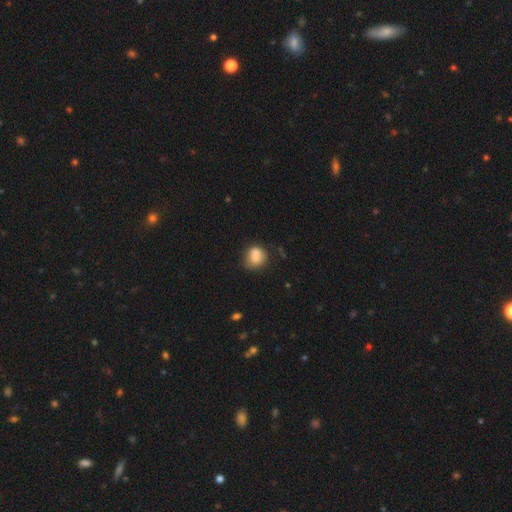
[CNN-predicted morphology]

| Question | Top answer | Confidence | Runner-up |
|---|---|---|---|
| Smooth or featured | smooth | 78% | featured or disk (13%) |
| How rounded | round | 75% | in between (24%) |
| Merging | none | 52% | merger (25%) |